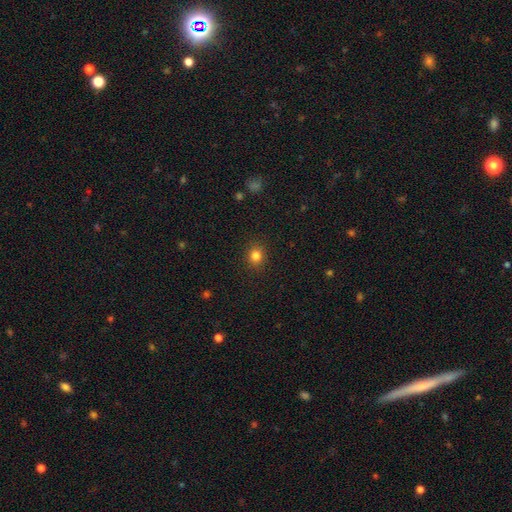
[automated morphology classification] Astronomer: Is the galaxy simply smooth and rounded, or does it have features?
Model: smooth — 82%.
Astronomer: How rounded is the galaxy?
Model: round — 79%.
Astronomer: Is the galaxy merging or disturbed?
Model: none — 90%.